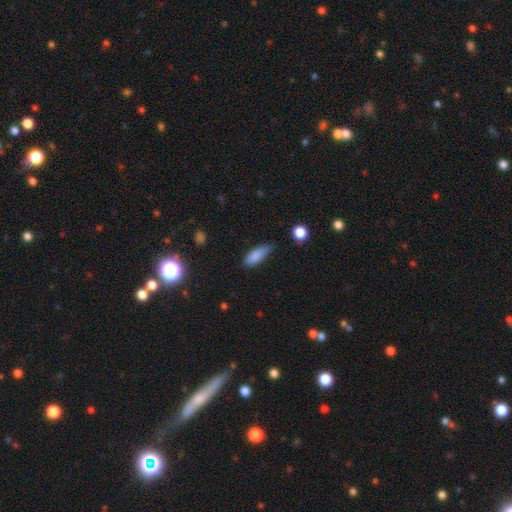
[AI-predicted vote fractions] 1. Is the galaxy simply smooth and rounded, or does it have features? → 83% smooth, 8% featured or disk, 8% star or artifact.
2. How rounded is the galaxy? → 66% in between, 31% cigar-shaped, 2% round.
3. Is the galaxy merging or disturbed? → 59% none, 32% minor disturbance, 6% major disturbance, 2% merger.